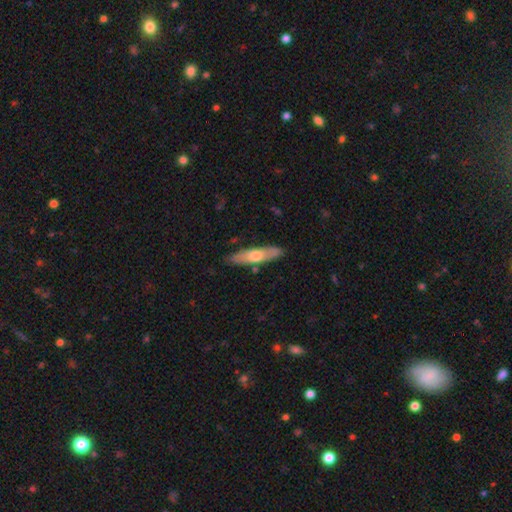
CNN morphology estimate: Smooth or featured?
  - smooth: 51% *
  - featured or disk: 43%
  - star or artifact: 5%
How rounded?
  - cigar-shaped: 74% *
  - in between: 24%
  - round: 2%
Merging?
  - none: 85% *
  - minor disturbance: 11%
  - major disturbance: 2%
  - merger: 2%